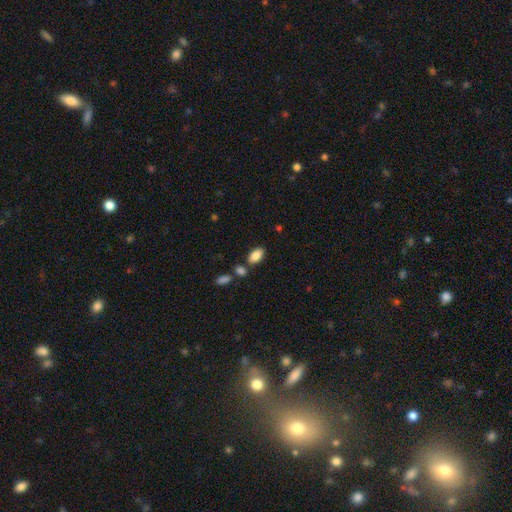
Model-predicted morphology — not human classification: This appears to be a smooth galaxy with no disk features (86%) that is in between round and cigar-shaped (93%). Merging: none (72%).